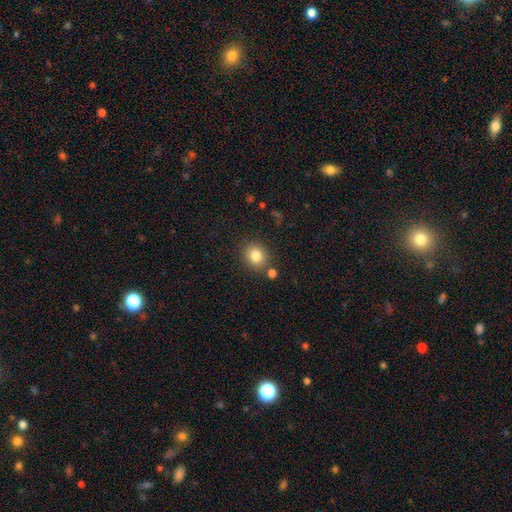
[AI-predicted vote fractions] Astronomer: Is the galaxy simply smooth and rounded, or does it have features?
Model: smooth — 82%.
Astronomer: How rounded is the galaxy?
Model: round — 74%.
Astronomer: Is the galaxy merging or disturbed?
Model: none — 81%.